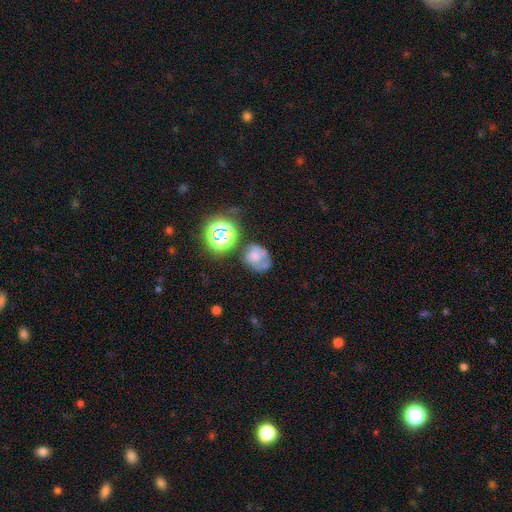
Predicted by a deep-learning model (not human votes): A smooth galaxy with no disk features (48%). Merging: none (39%).